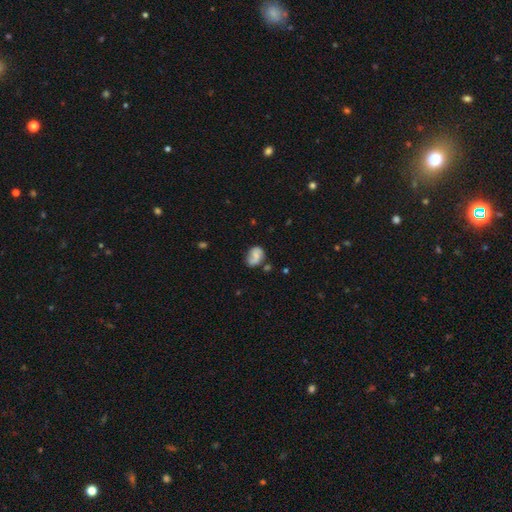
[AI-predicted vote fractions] This appears to be a smooth galaxy with no disk features (47%). Merging: none (59%).